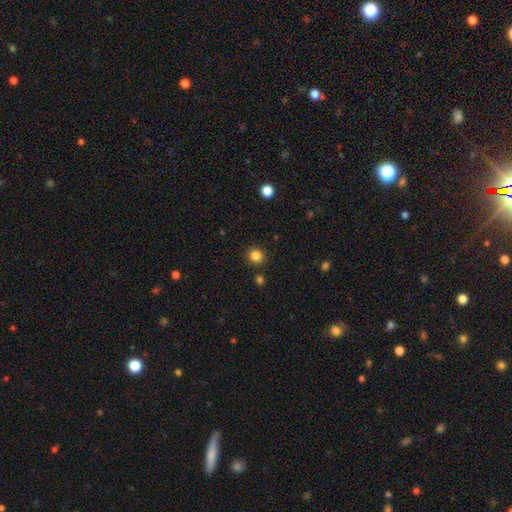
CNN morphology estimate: Smooth or featured? smooth (84%)
How rounded? round (92%)
Merging? none (90%)